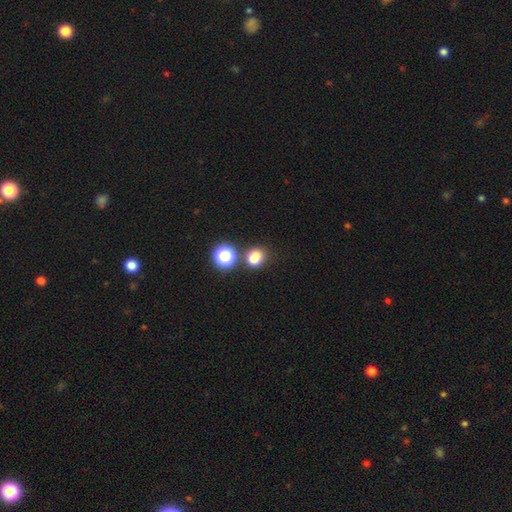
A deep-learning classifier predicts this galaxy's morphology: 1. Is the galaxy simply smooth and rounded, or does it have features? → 74% smooth, 18% star or artifact, 8% featured or disk.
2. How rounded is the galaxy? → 71% round, 28% in between, 1% cigar-shaped.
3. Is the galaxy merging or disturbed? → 61% none, 24% merger, 11% minor disturbance, 4% major disturbance.